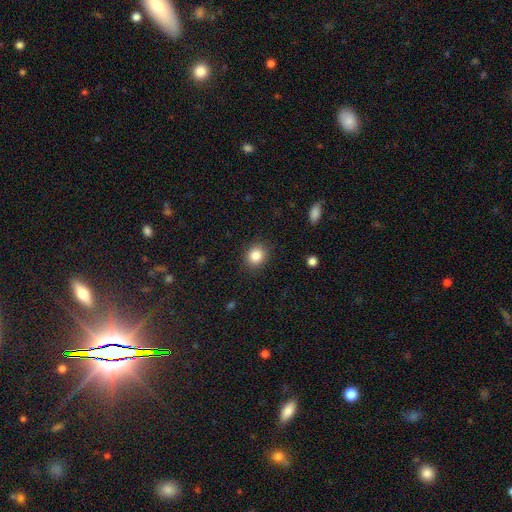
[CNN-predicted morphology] Smooth or featured? smooth (84%)
How rounded? round (75%)
Merging? none (88%)